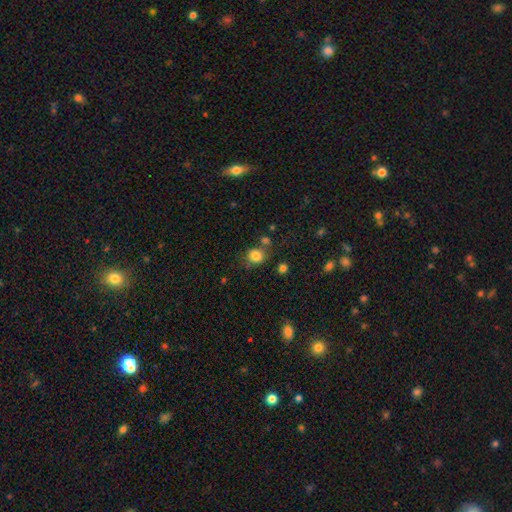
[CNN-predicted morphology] Smooth or featured?
  - smooth: 83% *
  - star or artifact: 11%
  - featured or disk: 6%
How rounded?
  - round: 75% *
  - in between: 24%
  - cigar-shaped: 1%
Merging?
  - none: 67% *
  - minor disturbance: 17%
  - merger: 11%
  - major disturbance: 6%